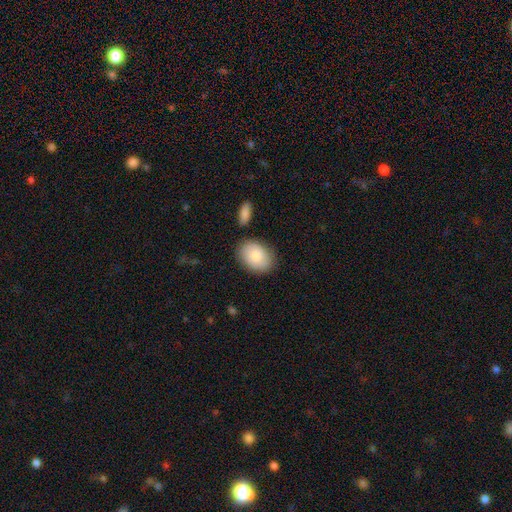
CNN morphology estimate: type=smooth (82%); roundness=in between (79%); merging=none (80%).